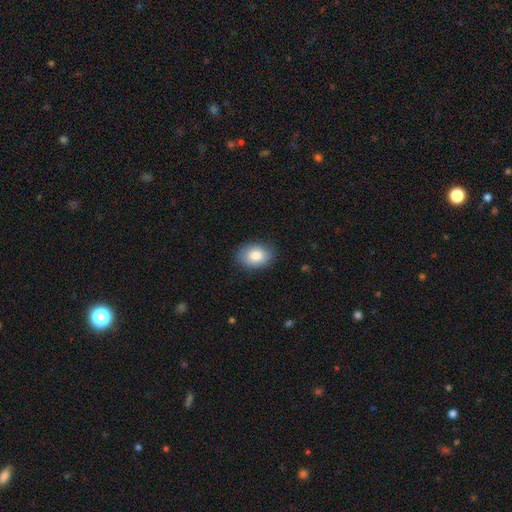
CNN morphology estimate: Smooth or featured? smooth (82%)
How rounded? in between (78%)
Merging? none (85%)